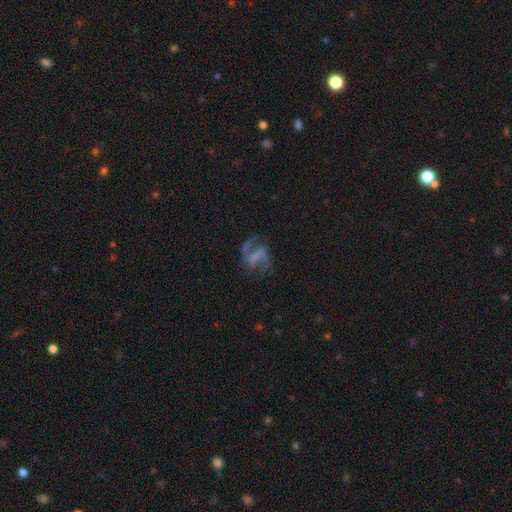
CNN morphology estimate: Overall: featured or disk (73%). Edge-on disk: no (97%). Bar: weak (40%; strong 36%). Spiral arms: yes (85%). Spiral arm count: 2 (77%). Spiral winding: loose (49%; medium 41%). Bulge size: none (58%; small 23%). Merging: none (54%; major disturbance 25%).